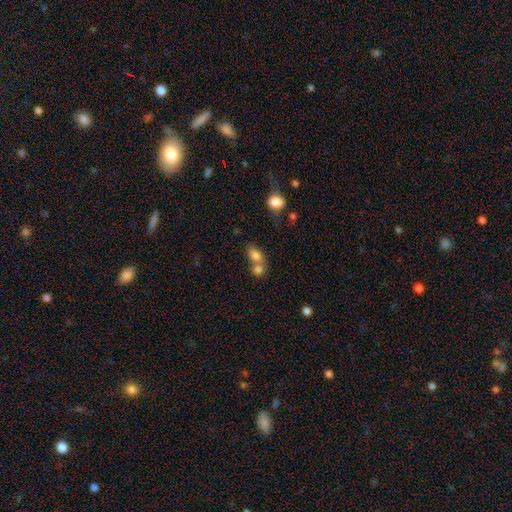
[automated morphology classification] This is likely a smooth galaxy (78%). How rounded: likely in between (74%). Merging: possibly merger (56%).